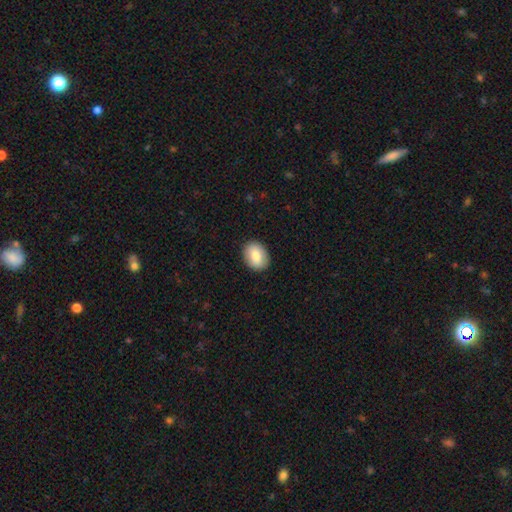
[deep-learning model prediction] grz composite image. It shows a smooth galaxy with no disk features (82%) that is in between round and cigar-shaped (63%). Merging: none (89%).